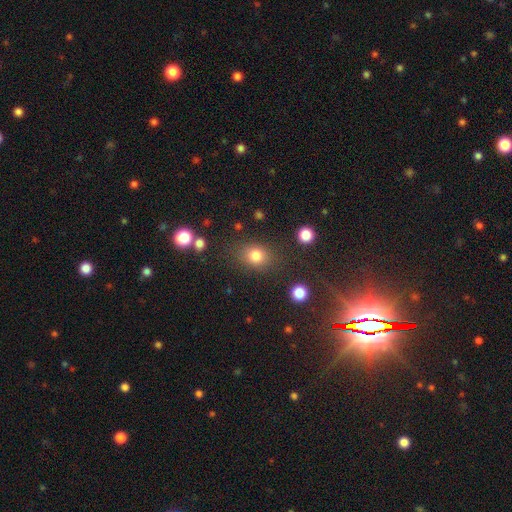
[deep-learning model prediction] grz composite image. It shows a smooth galaxy with no disk features (81%) that is round (55%). Merging: none (77%).